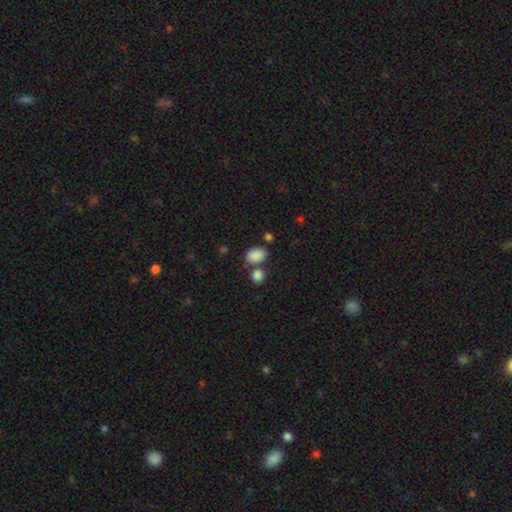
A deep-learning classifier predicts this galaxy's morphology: smooth-or-featured: smooth: 86% | star or artifact: 9% | featured or disk: 5%
  how-rounded: in between: 80% | round: 18% | cigar-shaped: 1%
  merging: none: 57% | merger: 25% | minor disturbance: 13% | major disturbance: 5%